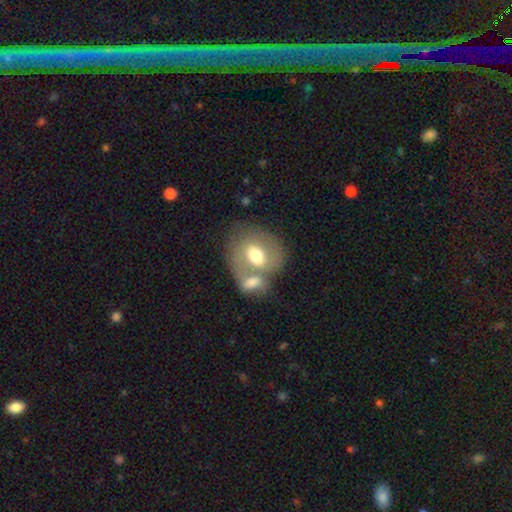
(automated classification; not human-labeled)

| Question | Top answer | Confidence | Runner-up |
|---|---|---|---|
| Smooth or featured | smooth | 50% | featured or disk (43%) |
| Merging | merger | 51% | none (31%) |